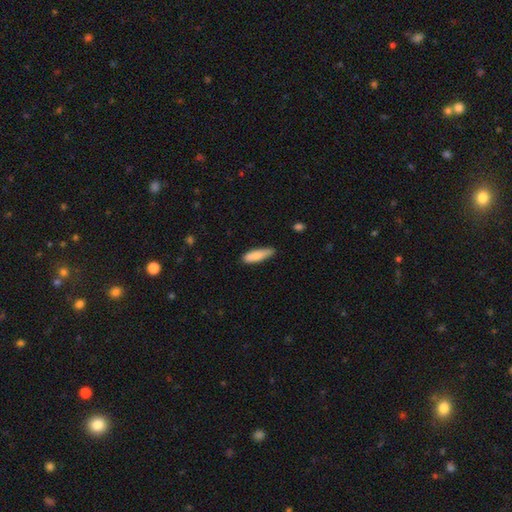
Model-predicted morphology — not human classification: A smooth galaxy with no disk features (83%) that is cigar-shaped (61%). Merging: none (68%).